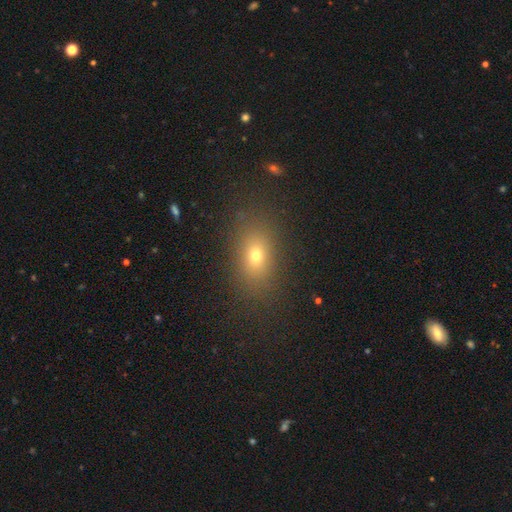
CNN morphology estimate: This is likely a smooth galaxy (70%). How rounded: likely in between (75%). Merging: clearly none (83%).